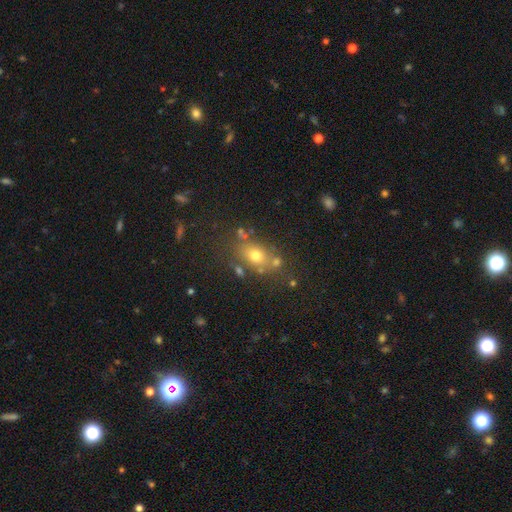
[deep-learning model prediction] Morphology: type=smooth (66%); roundness=in between (60%); merging=none (66%).